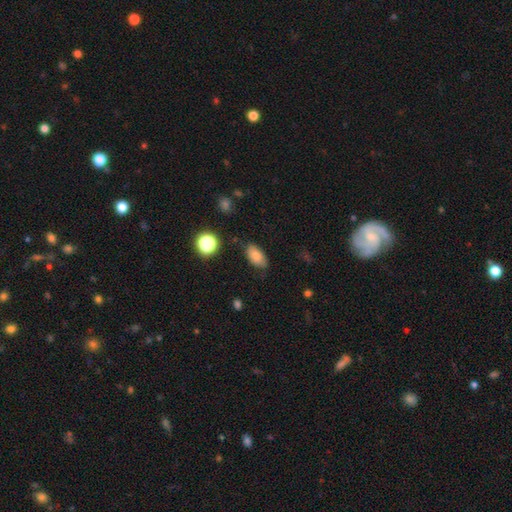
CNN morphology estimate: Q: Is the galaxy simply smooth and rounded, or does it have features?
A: smooth — 82%.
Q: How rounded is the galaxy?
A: in between — 91%.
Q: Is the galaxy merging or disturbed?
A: none — 77%.